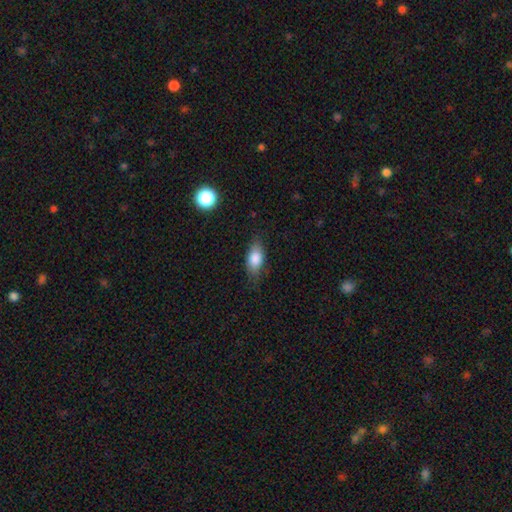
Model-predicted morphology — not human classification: Q: Smooth or featured?
A: smooth (79%); runner-up: featured or disk (13%)
Q: How rounded?
A: in between (82%); runner-up: cigar-shaped (10%)
Q: Merging?
A: none (77%); runner-up: minor disturbance (18%)